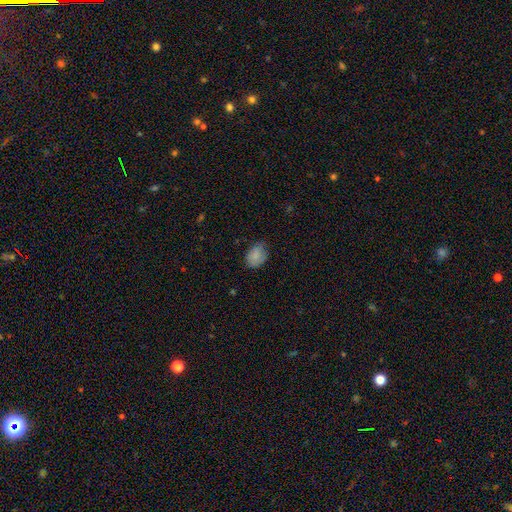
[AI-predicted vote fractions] This appears to be a smooth galaxy with no disk features (84%) that is in between round and cigar-shaped (73%). Merging: none (64%).